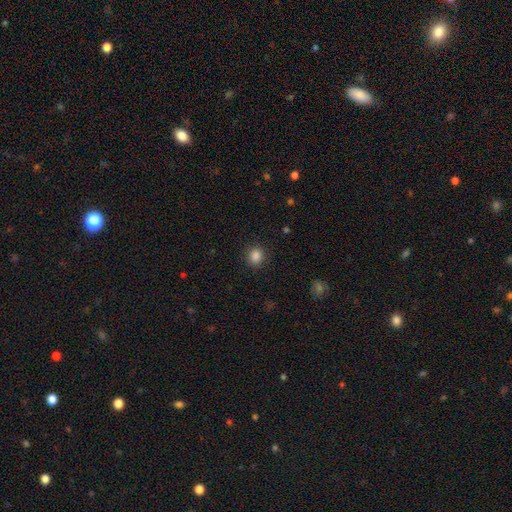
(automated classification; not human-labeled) This is clearly a smooth galaxy (86%). How rounded: likely round (79%). Merging: clearly none (89%).